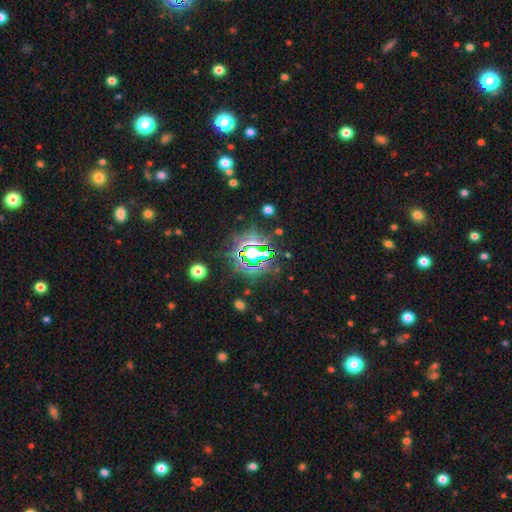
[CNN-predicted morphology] Overall: star or artifact (70%).